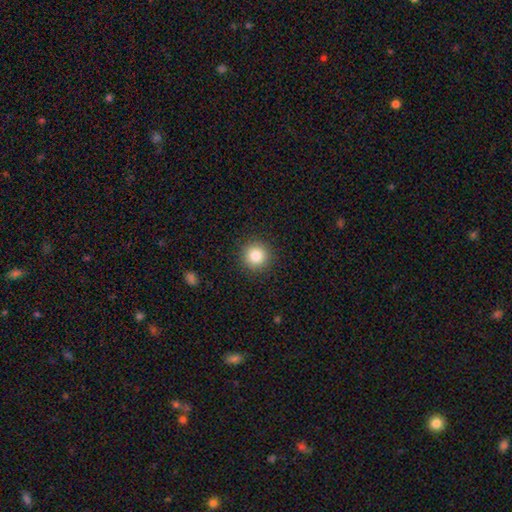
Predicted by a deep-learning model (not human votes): Smooth or featured? smooth (85%)
How rounded? round (95%)
Merging? none (92%)